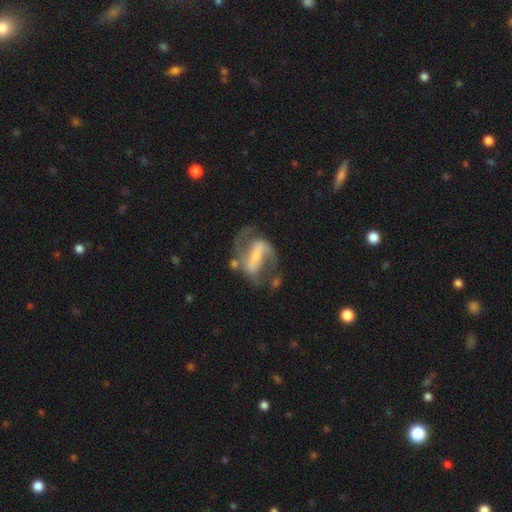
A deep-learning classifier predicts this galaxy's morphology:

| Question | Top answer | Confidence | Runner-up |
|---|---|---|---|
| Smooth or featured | featured or disk | 85% | smooth (9%) |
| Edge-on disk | no | 97% | yes (3%) |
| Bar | strong | 60% | weak (28%) |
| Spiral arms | yes | 92% | no (8%) |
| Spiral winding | medium | 51% | loose (34%) |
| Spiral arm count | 2 | 89% | 1 (4%) |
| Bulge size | small | 45% | moderate (25%) |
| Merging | none | 59% | major disturbance (18%) |